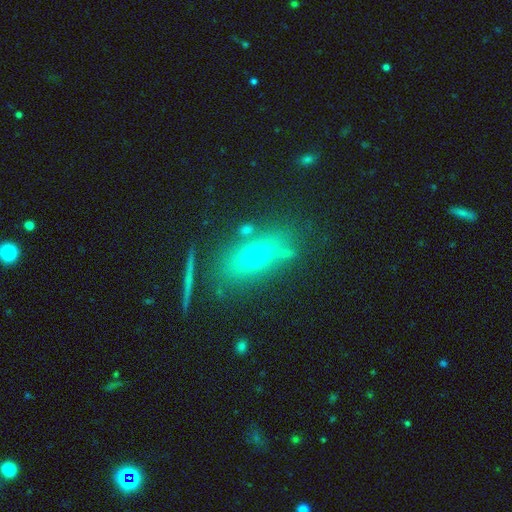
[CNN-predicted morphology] Overall: smooth (59%; featured or disk 25%). How rounded: in between (67%). Merging: none (74%).